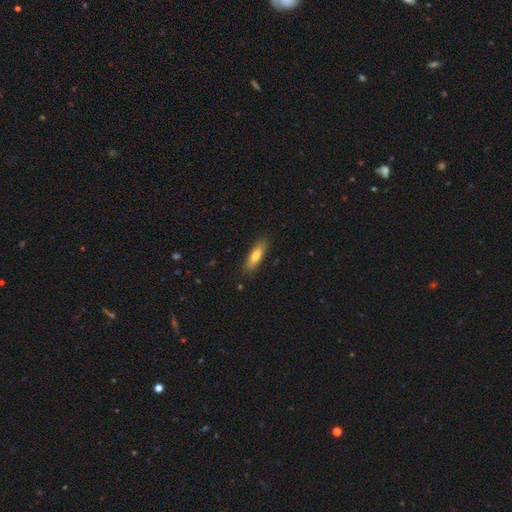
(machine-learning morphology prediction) This is likely a smooth galaxy (76%). How rounded: possibly cigar-shaped (53%). Merging: clearly none (85%).